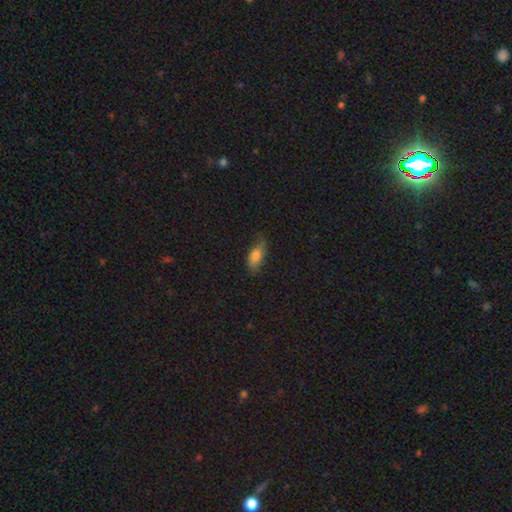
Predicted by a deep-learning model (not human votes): Q: Smooth or featured?
A: smooth (75%); runner-up: featured or disk (17%)
Q: How rounded?
A: in between (80%); runner-up: cigar-shaped (16%)
Q: Merging?
A: none (66%); runner-up: minor disturbance (26%)